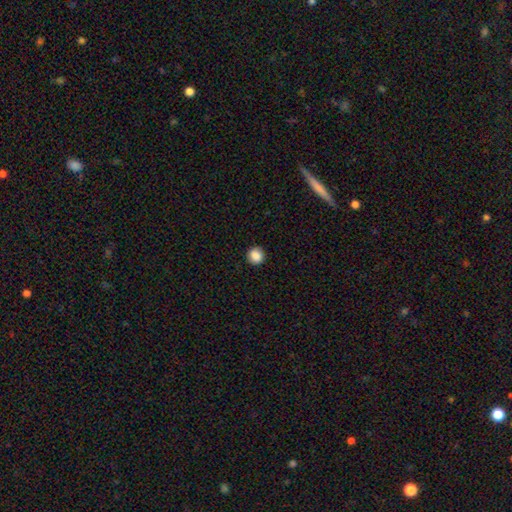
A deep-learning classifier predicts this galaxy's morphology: This appears to be a smooth galaxy with no disk features (87%) that is round (90%). Merging: none (92%).